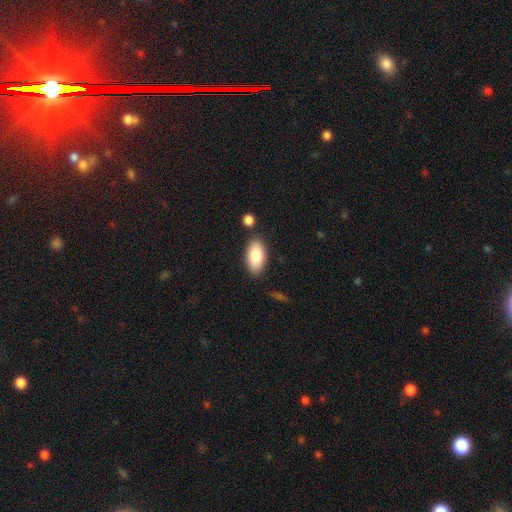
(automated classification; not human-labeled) smooth 85%, featured or disk 9%, star or artifact 6%. Down the decision tree: how rounded — in between (94%); merging — none (82%).